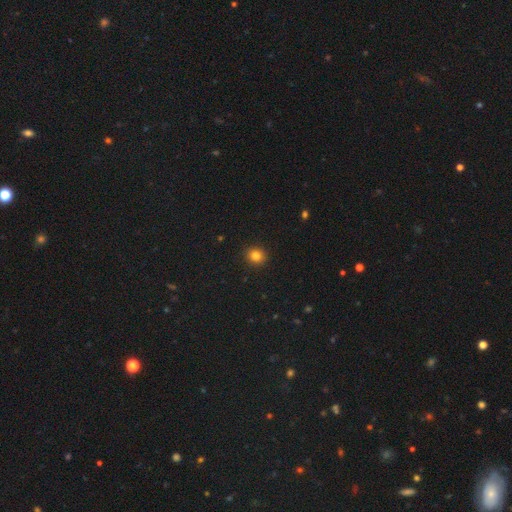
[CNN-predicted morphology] A smooth galaxy with no disk features (83%) that is round (86%).

Vote fractions:
- Smooth or featured? smooth: 83% / star or artifact: 12% / featured or disk: 5%
- How rounded? round: 86% / in between: 13% / cigar-shaped: 1%
- Merging? none: 92% / minor disturbance: 5% / major disturbance: 2% / merger: 1%